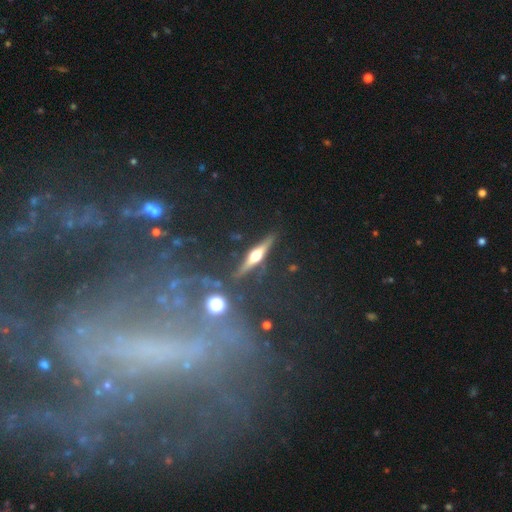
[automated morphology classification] Smooth or featured? Predicted: featured or disk (p=0.68). Edge-on disk? Predicted: yes (p=0.94). Edge-on bulge? Predicted: rounded (p=0.94). Merging? Predicted: none (p=0.85).